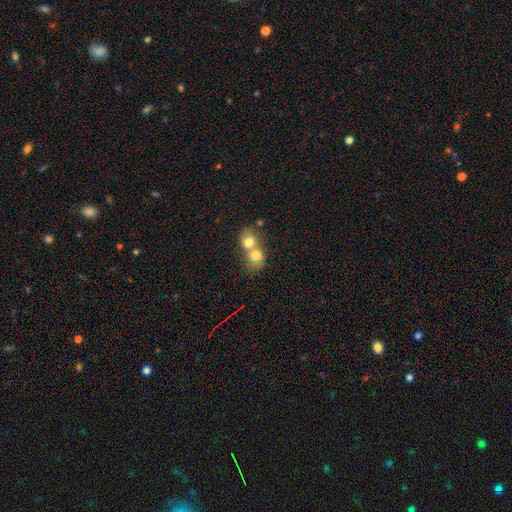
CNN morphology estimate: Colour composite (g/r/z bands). It shows a smooth galaxy with no disk features (72%) that is round (65%). Merging: merger (77%).